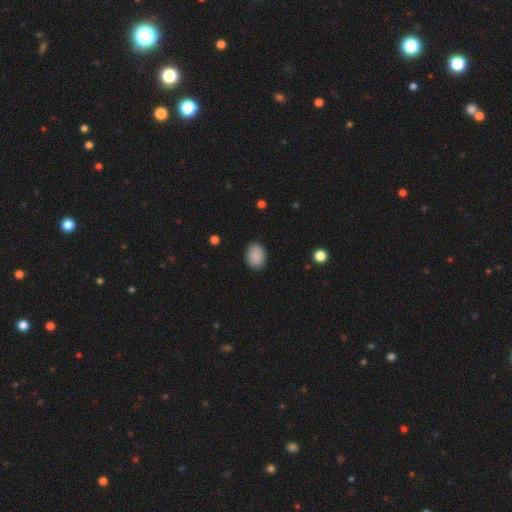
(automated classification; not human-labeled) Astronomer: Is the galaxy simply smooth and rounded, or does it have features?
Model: smooth — 89%.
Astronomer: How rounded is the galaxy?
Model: in between — 72%.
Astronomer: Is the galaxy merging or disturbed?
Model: none — 87%.